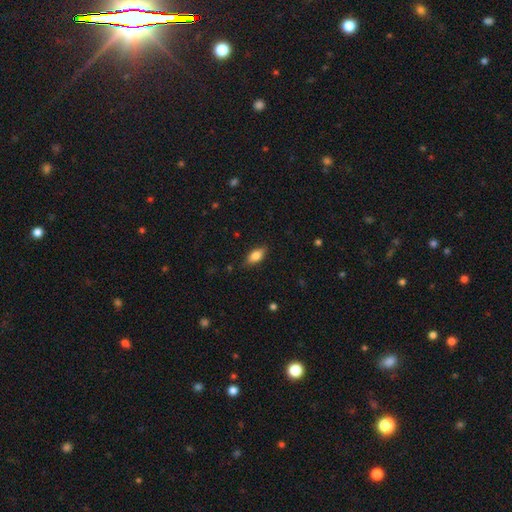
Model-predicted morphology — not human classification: Q: Smooth or featured?
A: smooth (78%); runner-up: featured or disk (15%)
Q: How rounded?
A: in between (85%); runner-up: cigar-shaped (11%)
Q: Merging?
A: none (83%); runner-up: minor disturbance (13%)